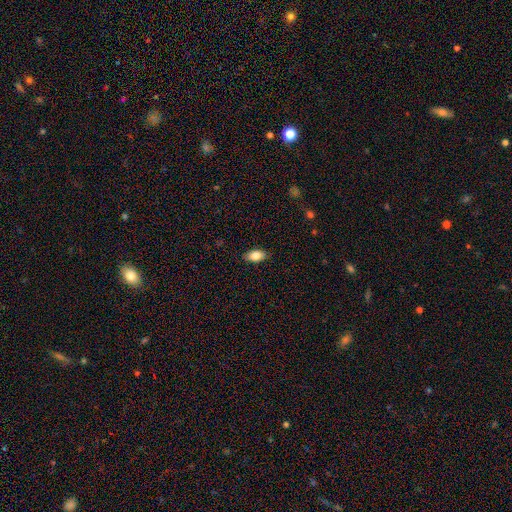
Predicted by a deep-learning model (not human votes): A smooth galaxy with no disk features (84%) that is in between round and cigar-shaped (91%). Merging: none (86%).